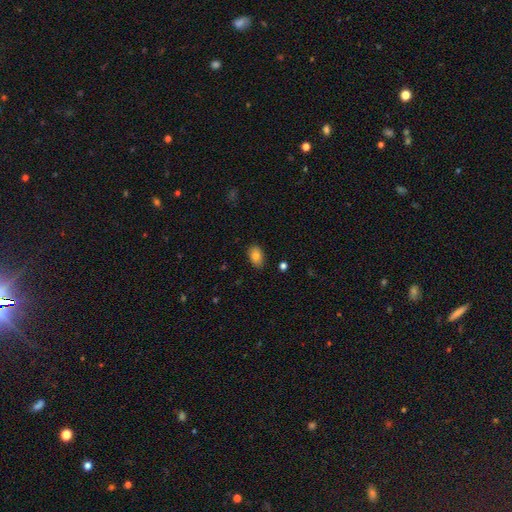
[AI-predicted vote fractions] Q: Smooth or featured?
A: smooth (82%); runner-up: featured or disk (10%)
Q: How rounded?
A: in between (88%); runner-up: round (11%)
Q: Merging?
A: none (84%); runner-up: minor disturbance (12%)